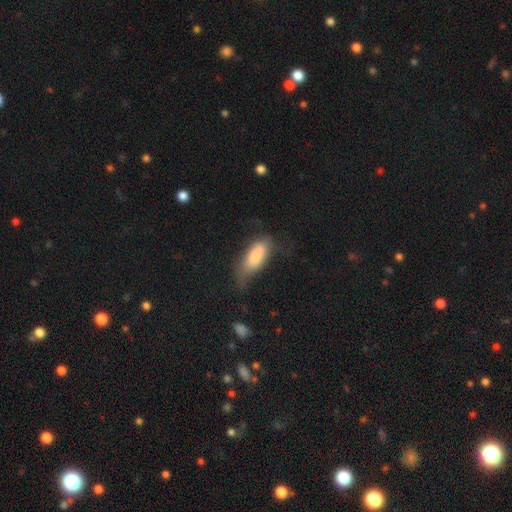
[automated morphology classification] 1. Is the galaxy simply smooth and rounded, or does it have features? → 78% smooth, 15% featured or disk, 7% star or artifact.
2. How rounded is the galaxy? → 78% in between, 19% cigar-shaped, 2% round.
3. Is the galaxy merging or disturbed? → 40% none, 34% minor disturbance, 23% major disturbance, 3% merger.